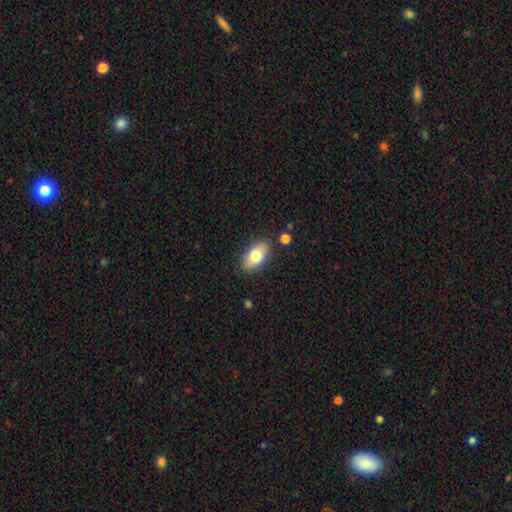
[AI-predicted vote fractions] The model was most divided on "smooth or featured": smooth: 75%, featured or disk: 18%, star or artifact: 7%. More confident: how rounded — in between (91%); merging — none (85%).